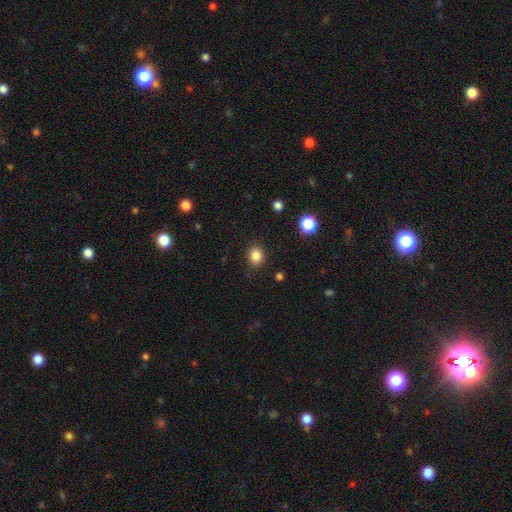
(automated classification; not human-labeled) Smooth or featured?
  - smooth: 84% *
  - star or artifact: 11%
  - featured or disk: 5%
How rounded?
  - round: 64% *
  - in between: 35%
  - cigar-shaped: 1%
Merging?
  - none: 86% *
  - minor disturbance: 9%
  - major disturbance: 3%
  - merger: 1%